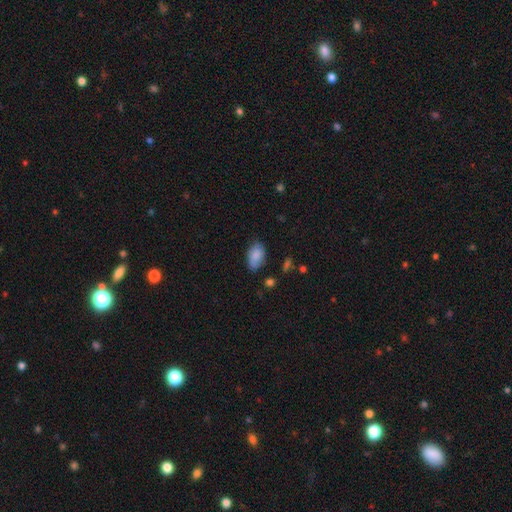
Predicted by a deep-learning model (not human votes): smooth_or_featured: smooth (p=0.86) [alt: star or artifact p=0.07]
how_rounded: in between (p=0.91) [alt: round p=0.07]
merging: none (p=0.69) [alt: minor disturbance p=0.24]